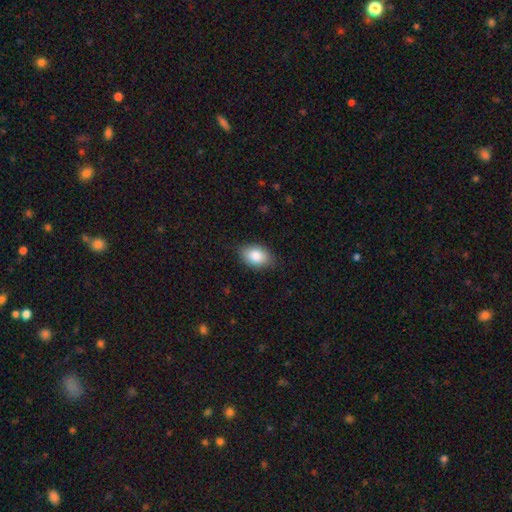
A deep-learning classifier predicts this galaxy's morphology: Smooth or featured: smooth — 86% (featured or disk — 7%)
How rounded: in between — 86% (round — 13%)
Merging: none — 82% (minor disturbance — 14%)